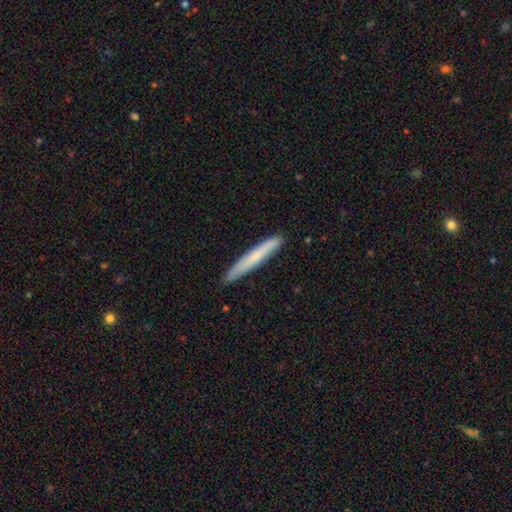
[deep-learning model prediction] The model was most divided on "smooth or featured": smooth: 64%, featured or disk: 31%, star or artifact: 6%. More confident: how rounded — cigar-shaped (96%); merging — none (89%).